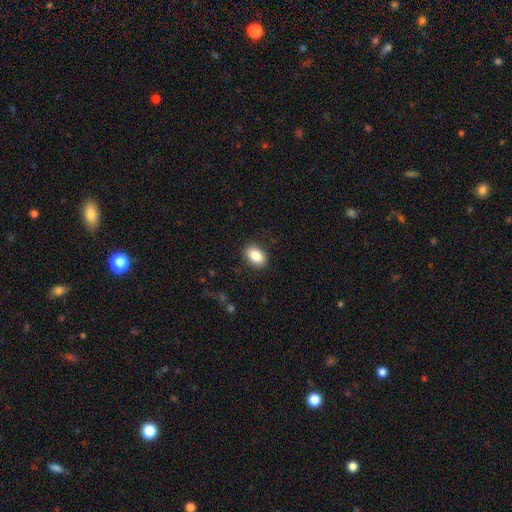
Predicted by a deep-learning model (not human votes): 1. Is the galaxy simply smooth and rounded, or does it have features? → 85% smooth, 8% star or artifact, 7% featured or disk.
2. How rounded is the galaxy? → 86% in between, 12% round, 1% cigar-shaped.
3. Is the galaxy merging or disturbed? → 87% none, 9% minor disturbance, 3% major disturbance, 1% merger.